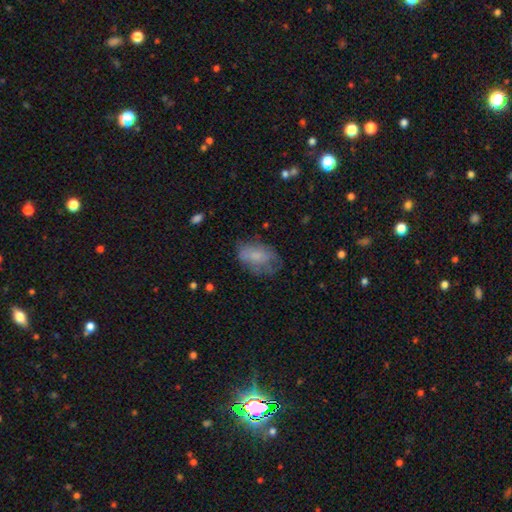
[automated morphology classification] This is likely a smooth galaxy (67%). How rounded: clearly in between (87%). Merging: possibly none (53%).